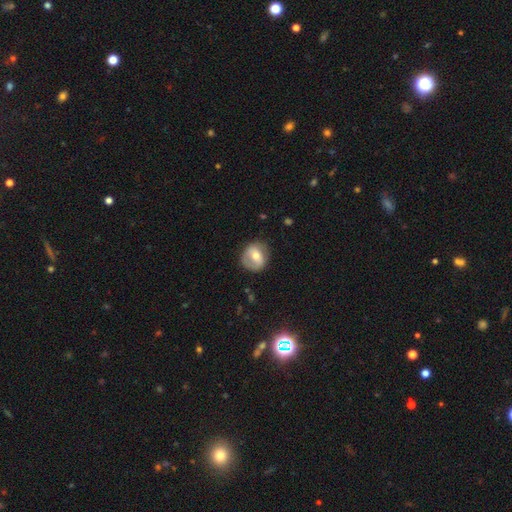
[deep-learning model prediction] Overall: smooth (52%; featured or disk 41%). How rounded: round (79%). Merging: none (75%).